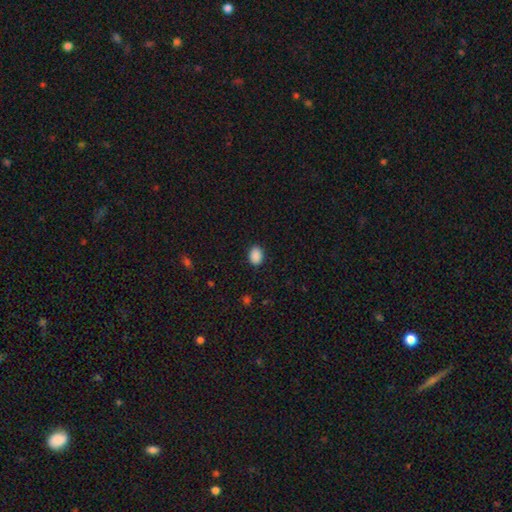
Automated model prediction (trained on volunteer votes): A smooth galaxy with no disk features (89%) that is in between round and cigar-shaped (72%).

Vote fractions:
- Smooth or featured? smooth: 89% / star or artifact: 8% / featured or disk: 2%
- How rounded? in between: 72% / round: 28% / cigar-shaped: 1%
- Merging? none: 88% / minor disturbance: 8% / major disturbance: 2% / merger: 1%